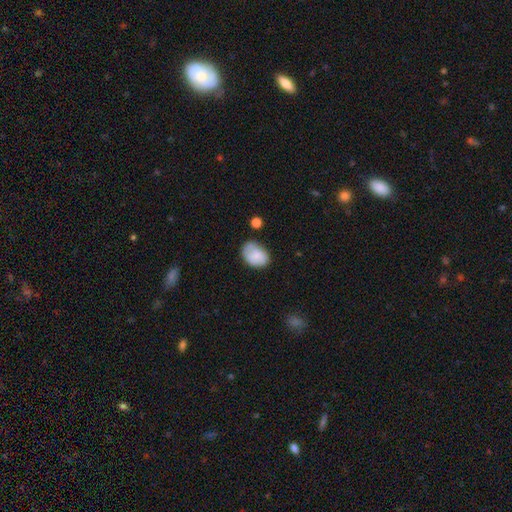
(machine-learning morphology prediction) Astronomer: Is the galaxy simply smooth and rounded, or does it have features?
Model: smooth — 76%.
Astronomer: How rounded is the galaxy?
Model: in between — 77%.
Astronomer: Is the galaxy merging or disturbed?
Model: none — 54% (runner-up: minor disturbance, 30%).